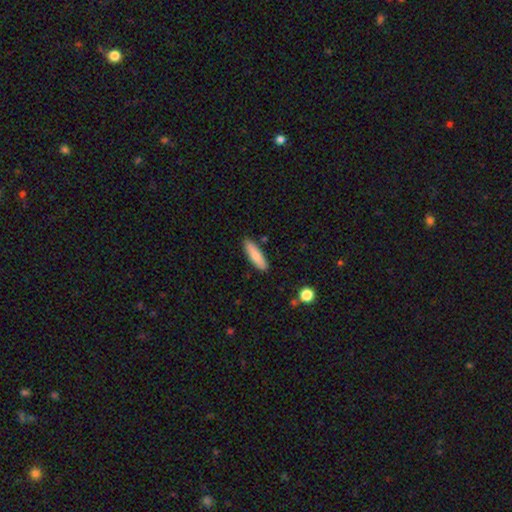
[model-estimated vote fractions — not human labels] smooth_or_featured: smooth (p=0.79) [alt: featured or disk p=0.15]
how_rounded: cigar-shaped (p=0.64) [alt: in between p=0.34]
merging: none (p=0.86) [alt: minor disturbance p=0.10]